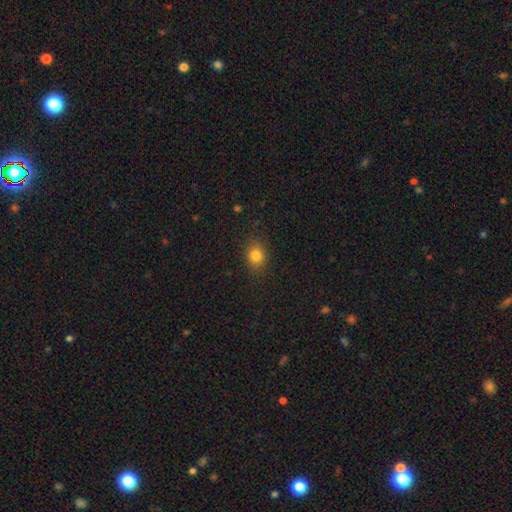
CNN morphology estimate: This is clearly a smooth galaxy (83%). How rounded: likely round (60%). Merging: clearly none (86%).